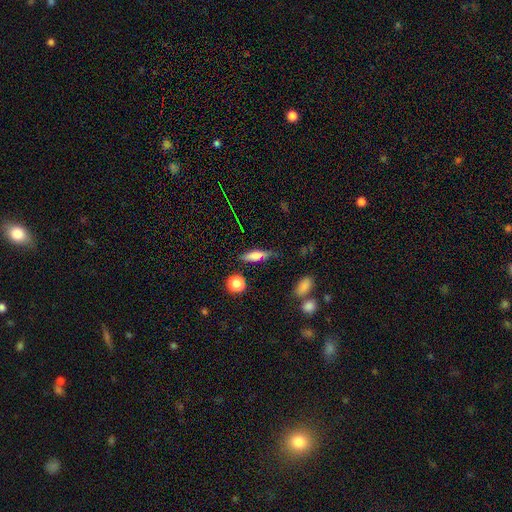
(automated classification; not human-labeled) smooth-or-featured: smooth: 61% | featured or disk: 29% | star or artifact: 10%
  how-rounded: cigar-shaped: 60% | in between: 35% | round: 5%
  merging: none: 72% | minor disturbance: 20% | major disturbance: 5% | merger: 4%